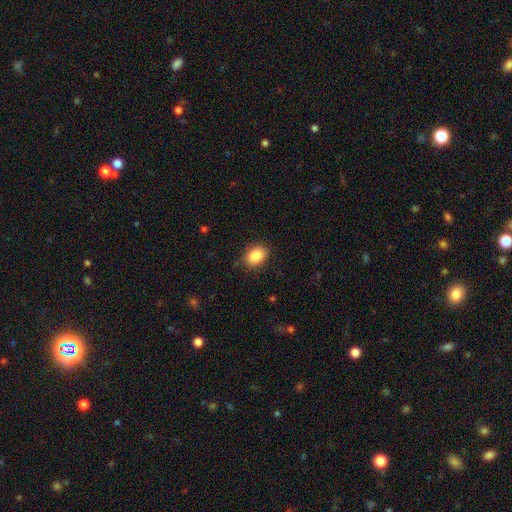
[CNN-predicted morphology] Smooth or featured?
  - smooth: 87% *
  - star or artifact: 8%
  - featured or disk: 5%
How rounded?
  - in between: 77% *
  - round: 21%
  - cigar-shaped: 1%
Merging?
  - none: 85% *
  - minor disturbance: 11%
  - major disturbance: 3%
  - merger: 1%